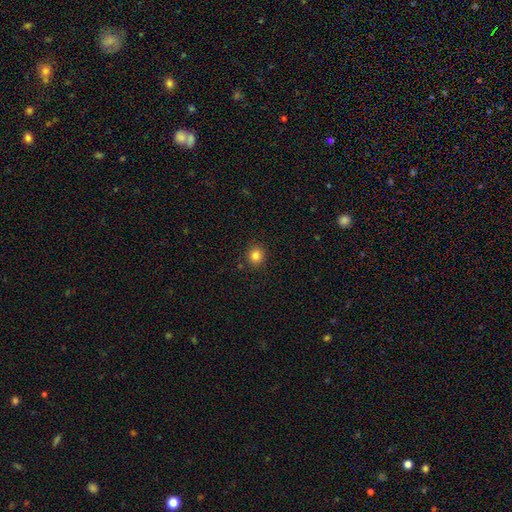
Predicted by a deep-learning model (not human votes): A smooth galaxy with no disk features (83%) that is round (86%).

Vote fractions:
- Smooth or featured? smooth: 83% / star or artifact: 12% / featured or disk: 5%
- How rounded? round: 86% / in between: 13% / cigar-shaped: 1%
- Merging? none: 89% / minor disturbance: 7% / major disturbance: 2% / merger: 2%